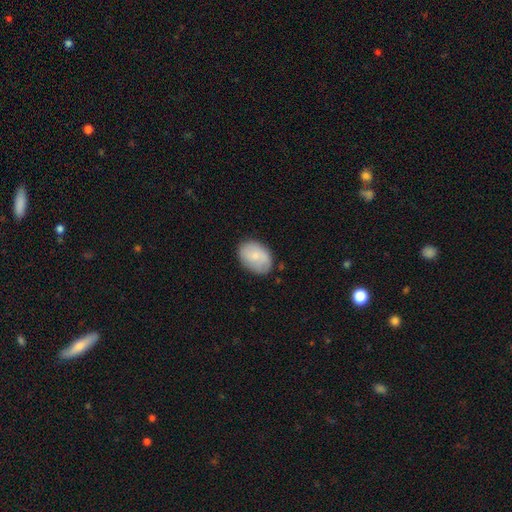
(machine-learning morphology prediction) This appears to be a smooth galaxy with no disk features (74%) that is in between round and cigar-shaped (79%). Merging: none (77%).